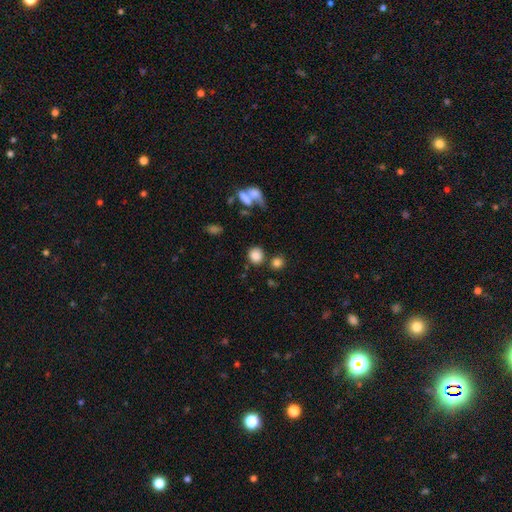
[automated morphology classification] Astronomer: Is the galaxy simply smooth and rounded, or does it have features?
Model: smooth — 84%.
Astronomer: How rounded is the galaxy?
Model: round — 80%.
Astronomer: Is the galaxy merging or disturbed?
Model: none — 72%.